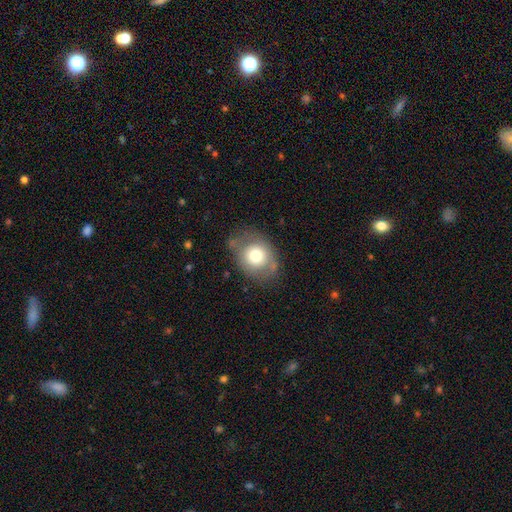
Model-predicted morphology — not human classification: Smooth or featured? Predicted: smooth (p=0.69). How rounded? Predicted: round (p=0.55). Merging? Predicted: none (p=0.68).